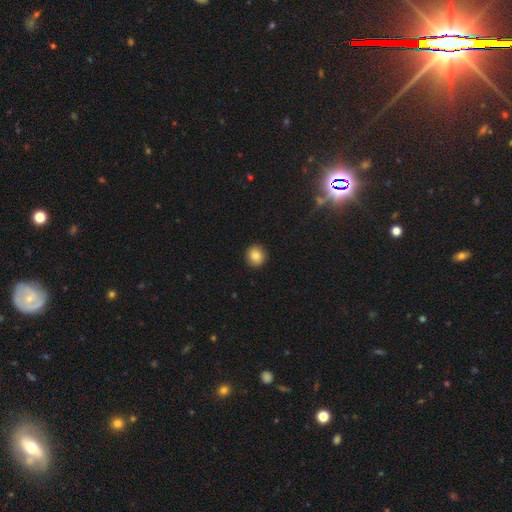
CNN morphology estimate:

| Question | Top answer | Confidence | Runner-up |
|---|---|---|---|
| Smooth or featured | smooth | 85% | star or artifact (10%) |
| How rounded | round | 88% | in between (11%) |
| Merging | none | 92% | minor disturbance (6%) |